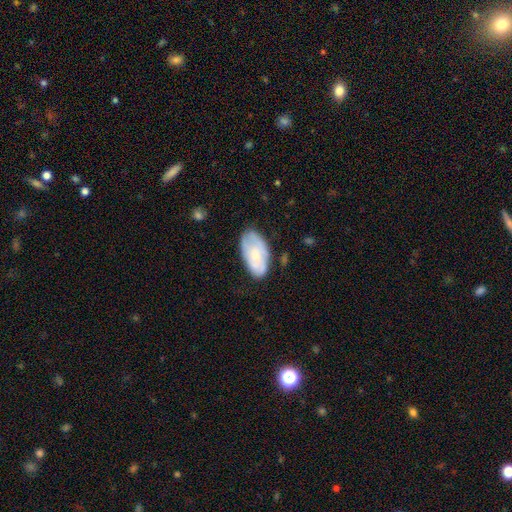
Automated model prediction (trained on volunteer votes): smooth 52%, featured or disk 42%, star or artifact 6%. Down the decision tree: how rounded — in between (94%); merging — none (66%).